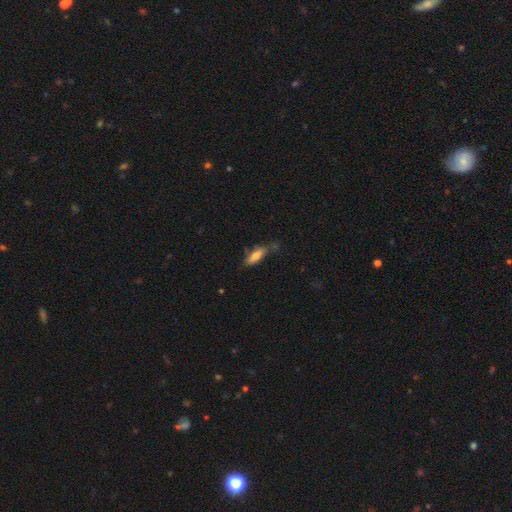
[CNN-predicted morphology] smooth_or_featured: smooth (p=0.76) [alt: featured or disk p=0.17]
how_rounded: in between (p=0.58) [alt: cigar-shaped p=0.40]
merging: none (p=0.57) [alt: minor disturbance p=0.28]